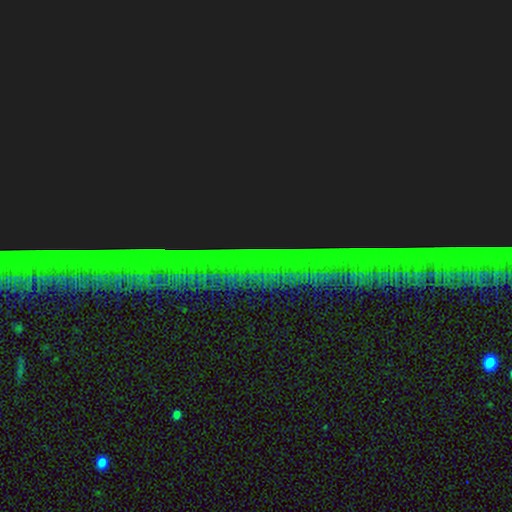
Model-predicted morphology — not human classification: Q: Smooth or featured?
A: star or artifact (86%); runner-up: featured or disk (8%)